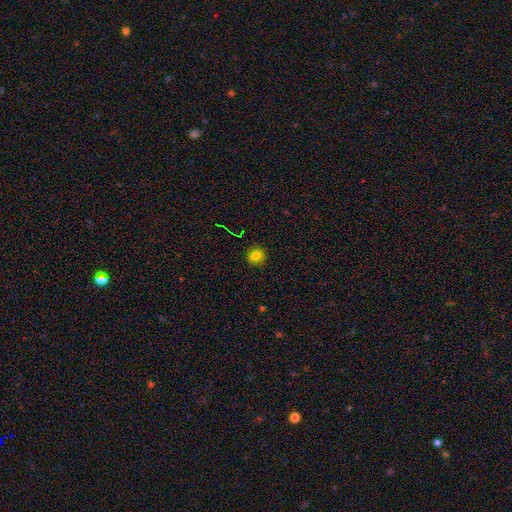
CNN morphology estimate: smooth-or-featured: smooth: 78% | star or artifact: 15% | featured or disk: 7%
  how-rounded: round: 88% | in between: 11% | cigar-shaped: 1%
  merging: none: 90% | minor disturbance: 7% | major disturbance: 2% | merger: 1%